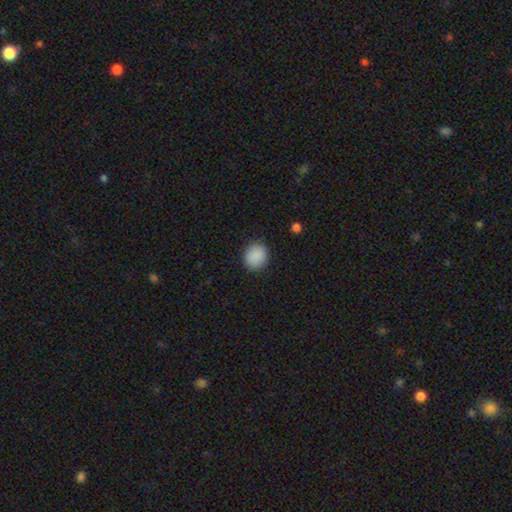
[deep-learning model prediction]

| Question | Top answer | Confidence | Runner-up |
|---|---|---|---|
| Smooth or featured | smooth | 89% | star or artifact (8%) |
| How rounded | round | 65% | in between (34%) |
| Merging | none | 88% | minor disturbance (9%) |